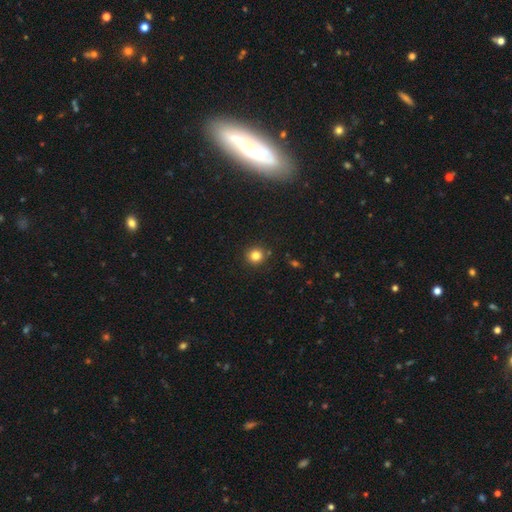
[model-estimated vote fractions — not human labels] A smooth galaxy with no disk features (82%) that is round (92%). Merging: none (88%).